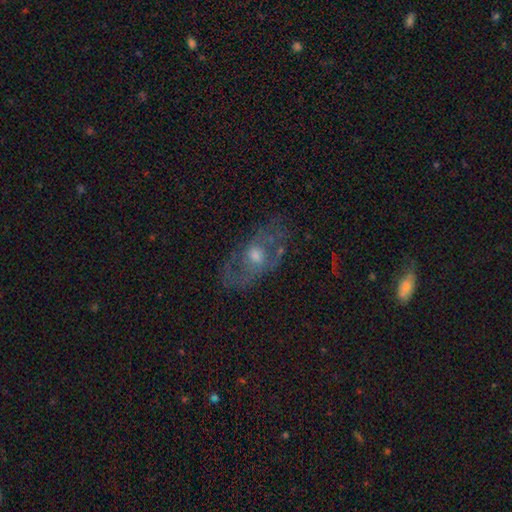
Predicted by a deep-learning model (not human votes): A featured or disk galaxy (64%) with no bar (73%), no spiral arms (55%) and a moderate central bulge (64%).

Vote fractions:
- Smooth or featured? featured or disk: 64% / smooth: 25% / star or artifact: 10%
- Edge-on disk? no: 88% / yes: 12%
- Bar? no: 73% / weak: 22% / strong: 5%
- Spiral arms? no: 55% / yes: 45%
- Bulge size? moderate: 64% / small: 18% / large: 14% / none: 3% / dominant: 1%
- Merging? none: 67% / minor disturbance: 19% / major disturbance: 12% / merger: 2%